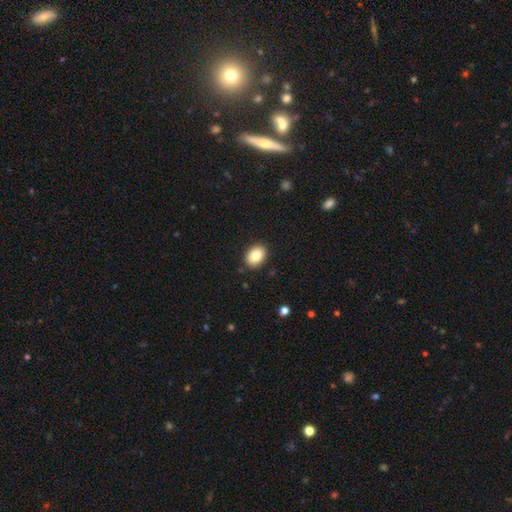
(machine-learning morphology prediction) Overall: smooth (83%). How rounded: in between (70%). Merging: none (90%).